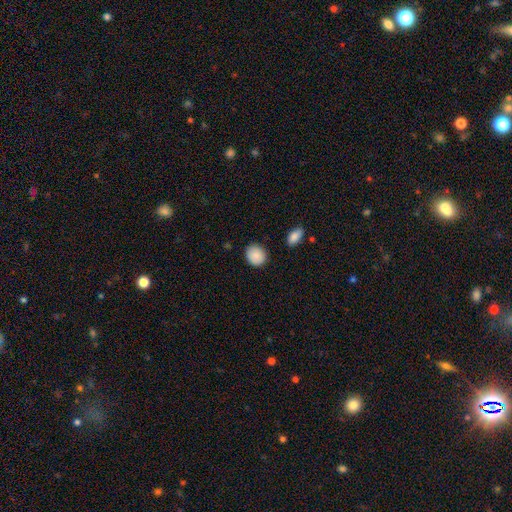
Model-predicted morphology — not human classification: Q: Smooth or featured?
A: smooth (89%); runner-up: star or artifact (7%)
Q: How rounded?
A: round (74%); runner-up: in between (25%)
Q: Merging?
A: none (86%); runner-up: minor disturbance (10%)